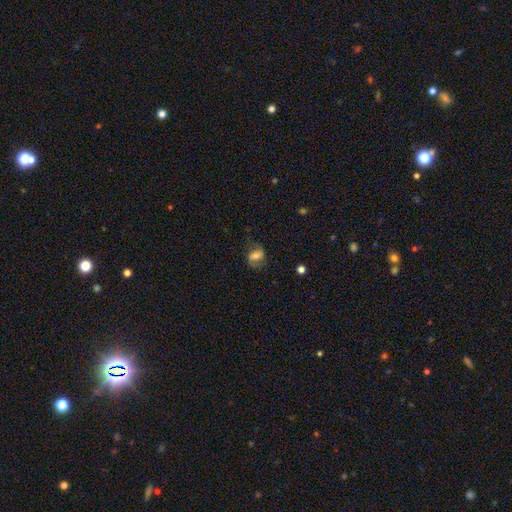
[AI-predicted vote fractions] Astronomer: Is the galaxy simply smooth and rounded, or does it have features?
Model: featured or disk — 57% (runner-up: smooth, 34%).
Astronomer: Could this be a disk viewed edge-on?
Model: no — 96%.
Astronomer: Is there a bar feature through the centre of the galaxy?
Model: weak — 41% (runner-up: strong, 34%).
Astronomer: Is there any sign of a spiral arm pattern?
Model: yes — 86%.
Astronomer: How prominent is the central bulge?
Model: moderate — 41% (runner-up: small, 30%).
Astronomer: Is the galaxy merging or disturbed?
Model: none — 68%.